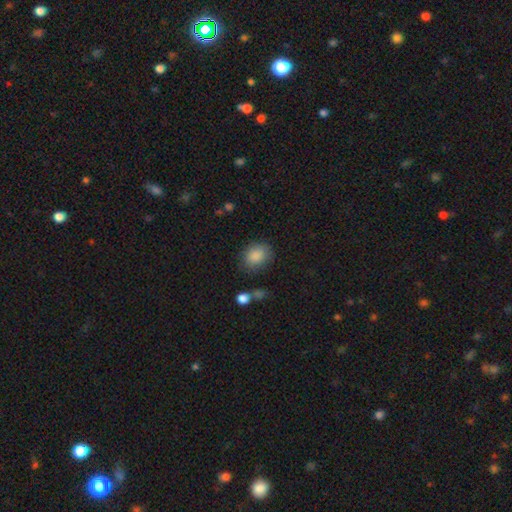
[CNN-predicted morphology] Smooth or featured? smooth (88%)
How rounded? in between (55%)
Merging? none (76%)